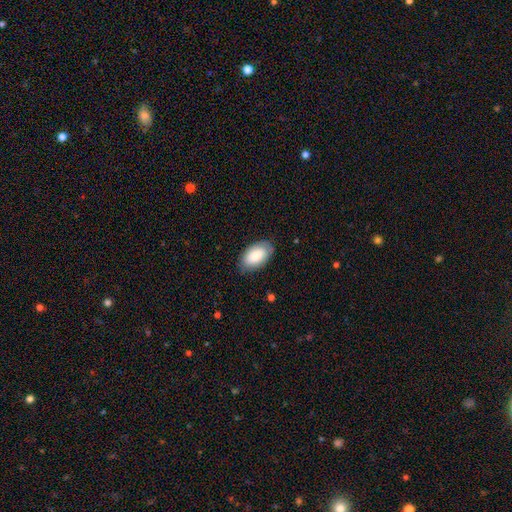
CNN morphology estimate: smooth_or_featured: smooth (p=0.84) [alt: featured or disk p=0.10]
how_rounded: in between (p=0.95) [alt: round p=0.04]
merging: none (p=0.80) [alt: minor disturbance p=0.16]